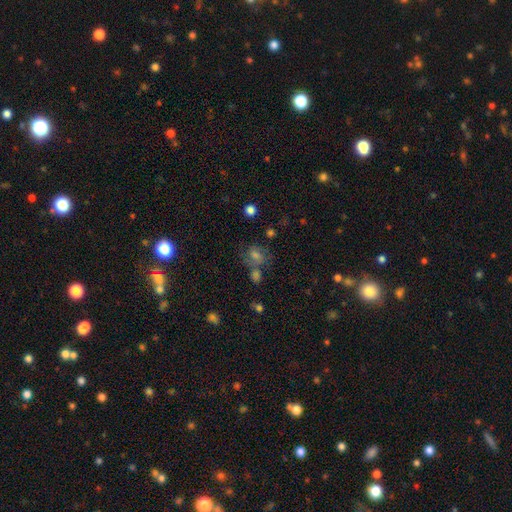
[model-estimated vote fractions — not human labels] smooth 43%, featured or disk 30%, star or artifact 27%. Down the decision tree: merging — none (56%).